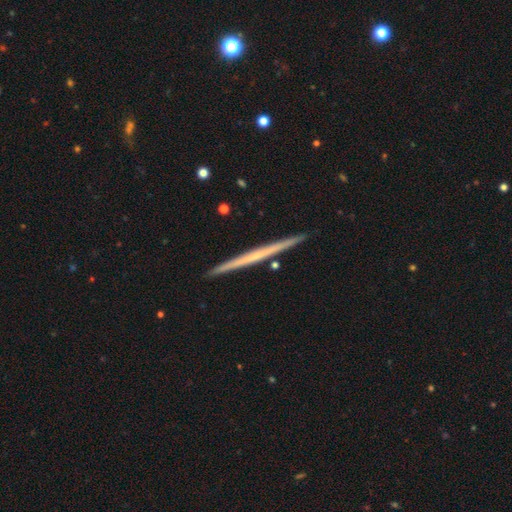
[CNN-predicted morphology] This appears to be a featured or disk galaxy (62%) viewed edge-on (98%) with no central bulge (86%). Merging: none (92%).